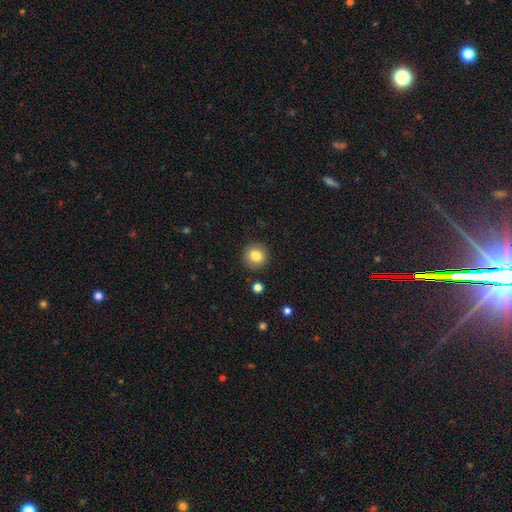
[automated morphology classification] Smooth or featured?
  - smooth: 84% *
  - star or artifact: 9%
  - featured or disk: 7%
How rounded?
  - round: 91% *
  - in between: 8%
  - cigar-shaped: 1%
Merging?
  - none: 89% *
  - minor disturbance: 7%
  - major disturbance: 2%
  - merger: 2%